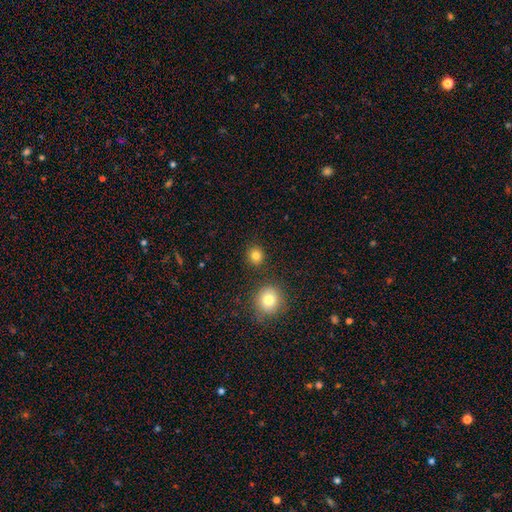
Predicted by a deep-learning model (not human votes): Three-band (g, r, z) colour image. It shows a smooth galaxy with no disk features (82%) that is round (88%). Merging: none (87%).